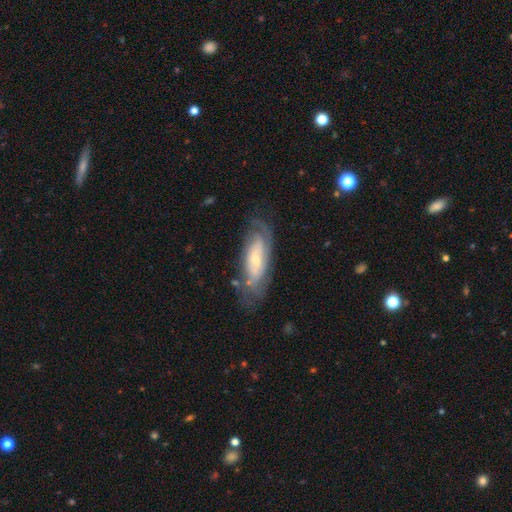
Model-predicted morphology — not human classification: type=featured or disk (66%); edge-on=no (79%); bar=no (60%); spiral arms=yes (81%); bulge=small (57%); merging=none (71%).